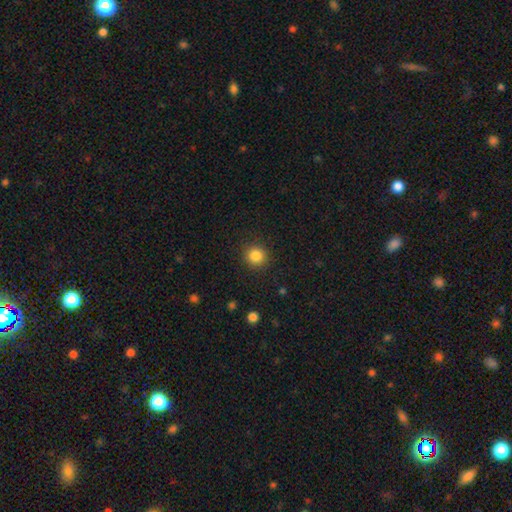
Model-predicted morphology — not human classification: A smooth galaxy with no disk features (85%) that is round (93%).

Vote fractions:
- Smooth or featured? smooth: 85% / star or artifact: 11% / featured or disk: 4%
- How rounded? round: 93% / in between: 6% / cigar-shaped: 1%
- Merging? none: 91% / minor disturbance: 6% / major disturbance: 2% / merger: 1%